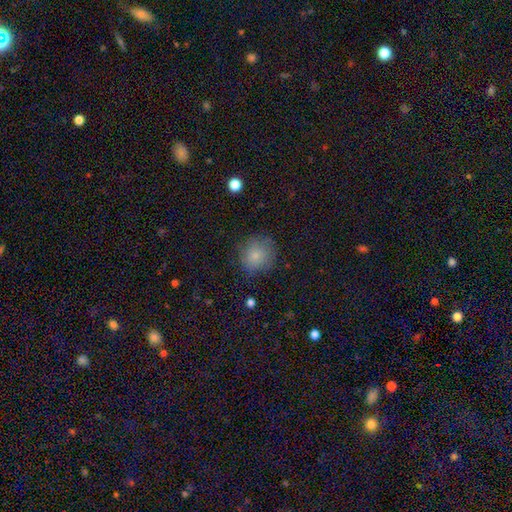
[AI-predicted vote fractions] Morphology: type=smooth (79%); roundness=round (83%); merging=none (77%).